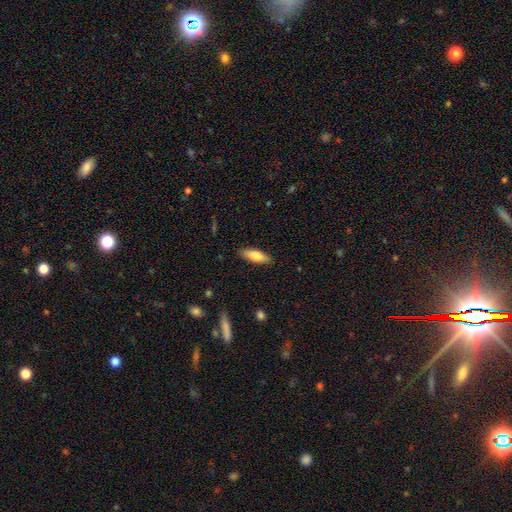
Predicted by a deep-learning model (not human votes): Q: Smooth or featured?
A: smooth (76%); runner-up: featured or disk (18%)
Q: How rounded?
A: in between (56%); runner-up: cigar-shaped (42%)
Q: Merging?
A: none (88%); runner-up: minor disturbance (9%)